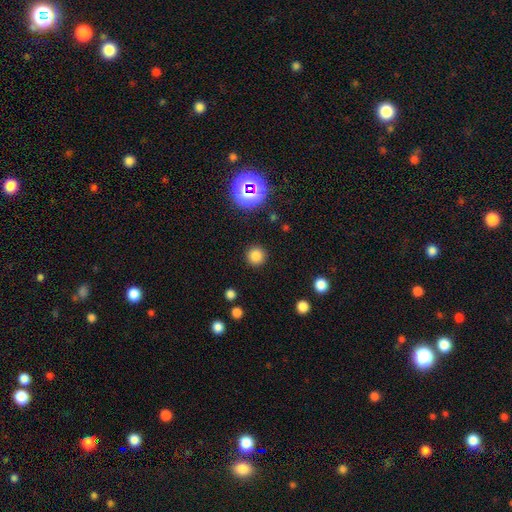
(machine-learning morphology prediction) The model was most divided on "smooth or featured": smooth: 79%, star or artifact: 16%, featured or disk: 5%. More confident: how rounded — round (95%); merging — none (90%).